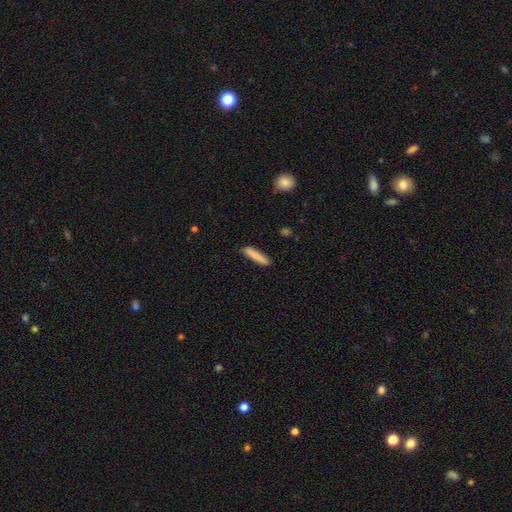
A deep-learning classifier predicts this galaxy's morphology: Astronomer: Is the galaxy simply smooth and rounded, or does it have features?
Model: smooth — 85%.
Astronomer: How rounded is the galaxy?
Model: cigar-shaped — 89%.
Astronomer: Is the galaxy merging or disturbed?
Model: none — 89%.